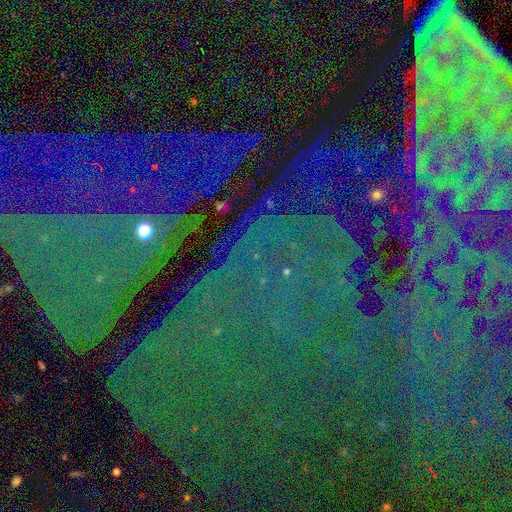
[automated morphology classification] Smooth or featured? Predicted: star or artifact (p=0.84).